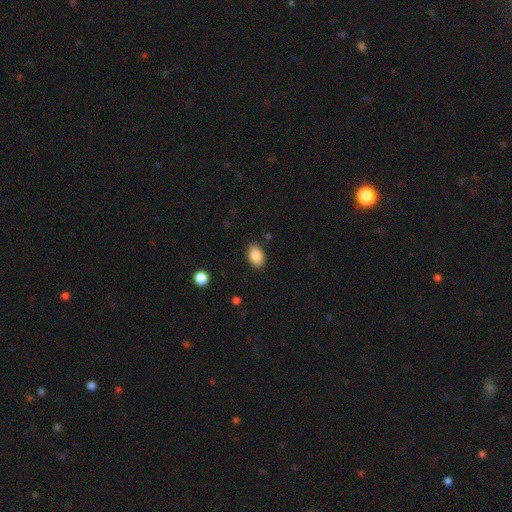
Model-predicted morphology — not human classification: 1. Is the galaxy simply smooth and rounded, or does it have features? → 87% smooth, 8% star or artifact, 5% featured or disk.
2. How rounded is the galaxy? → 88% in between, 10% round, 1% cigar-shaped.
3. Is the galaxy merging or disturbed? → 84% none, 11% minor disturbance, 3% major disturbance, 2% merger.